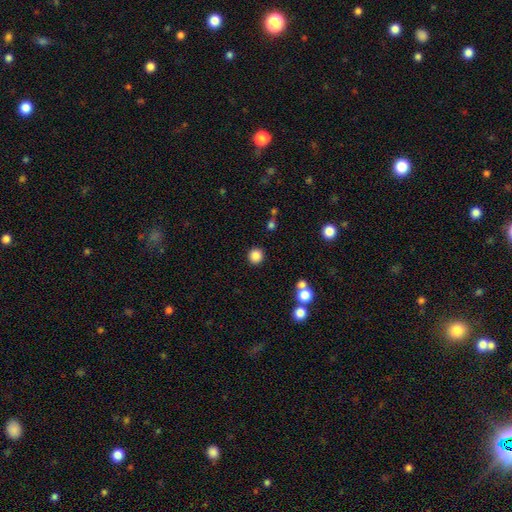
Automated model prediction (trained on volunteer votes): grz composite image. It shows a smooth galaxy with no disk features (85%) that is round (92%). Merging: none (89%).